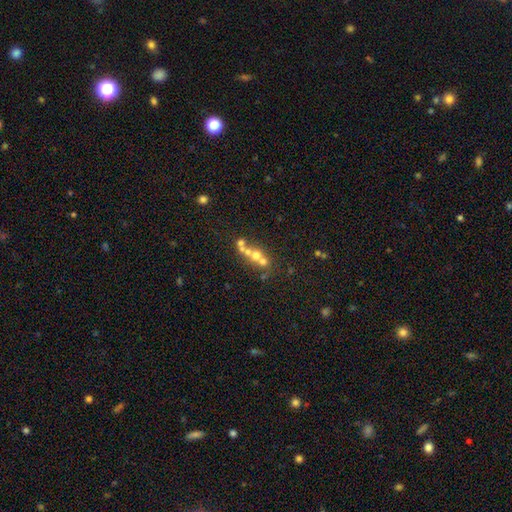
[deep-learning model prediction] smooth 41%, featured or disk 35%, star or artifact 24%. Down the decision tree: merging — merger (50%).